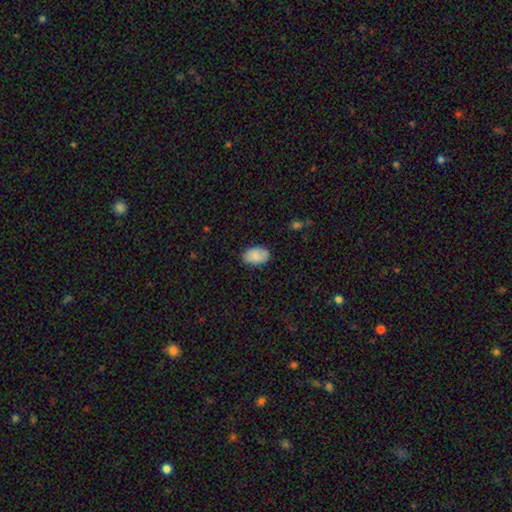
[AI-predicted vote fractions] This appears to be a smooth galaxy with no disk features (85%) that is in between round and cigar-shaped (91%). Merging: none (84%).